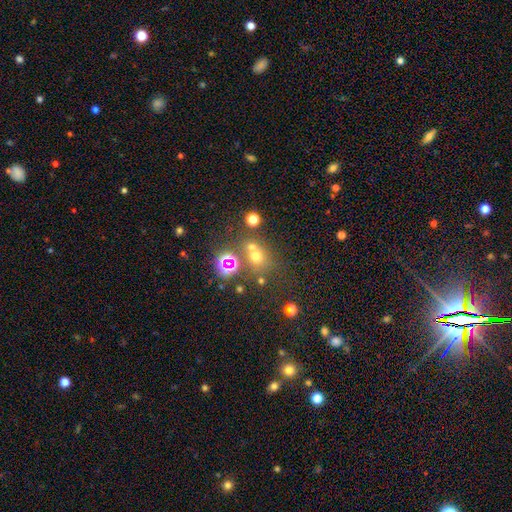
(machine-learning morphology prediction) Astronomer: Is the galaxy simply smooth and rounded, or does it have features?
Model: smooth — 55% (runner-up: star or artifact, 32%).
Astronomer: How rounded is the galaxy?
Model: round — 76%.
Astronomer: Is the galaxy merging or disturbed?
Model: none — 56%.